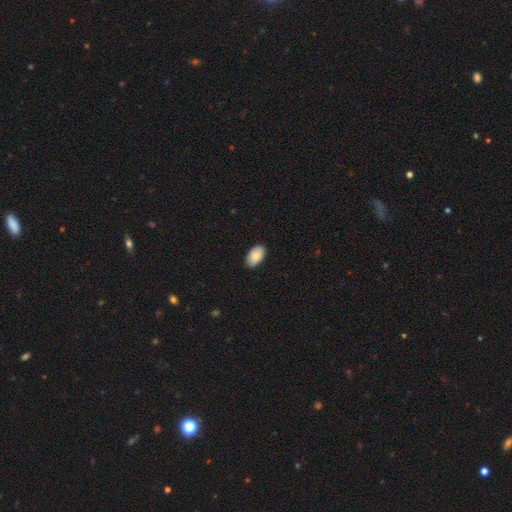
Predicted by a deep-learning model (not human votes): Q: Smooth or featured?
A: smooth (86%); runner-up: featured or disk (8%)
Q: How rounded?
A: in between (95%); runner-up: round (4%)
Q: Merging?
A: none (88%); runner-up: minor disturbance (9%)